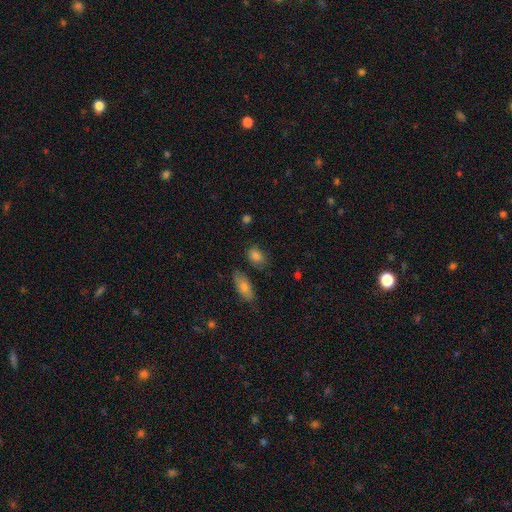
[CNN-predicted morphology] type=smooth (83%); roundness=in between (77%); merging=none (73%).